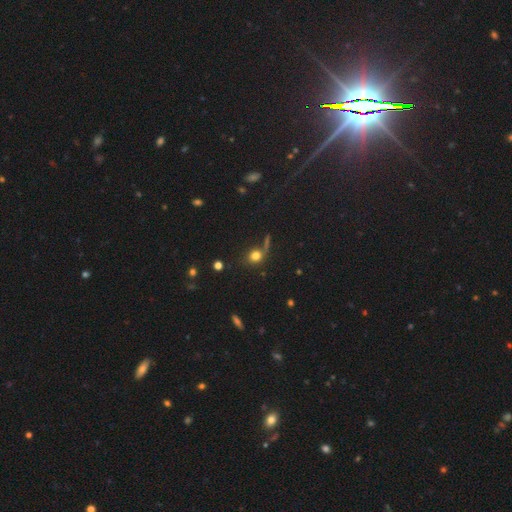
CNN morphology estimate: This is likely a smooth galaxy (74%). How rounded: clearly round (81%). Merging: likely none (64%).